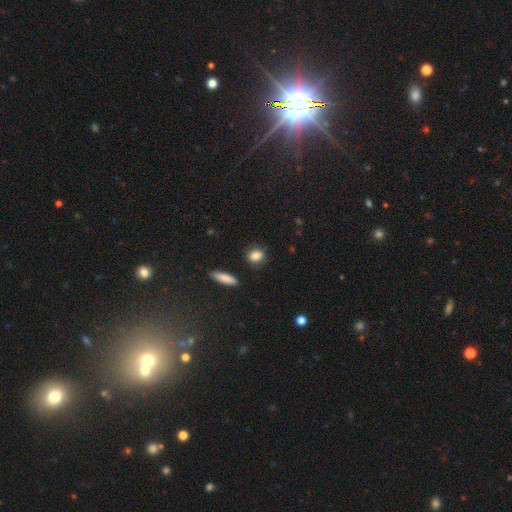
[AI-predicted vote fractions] Smooth or featured?
  - smooth: 86% *
  - star or artifact: 9%
  - featured or disk: 6%
How rounded?
  - round: 49% *
  - in between: 47%
  - cigar-shaped: 4%
Merging?
  - none: 86% *
  - minor disturbance: 10%
  - major disturbance: 2%
  - merger: 2%